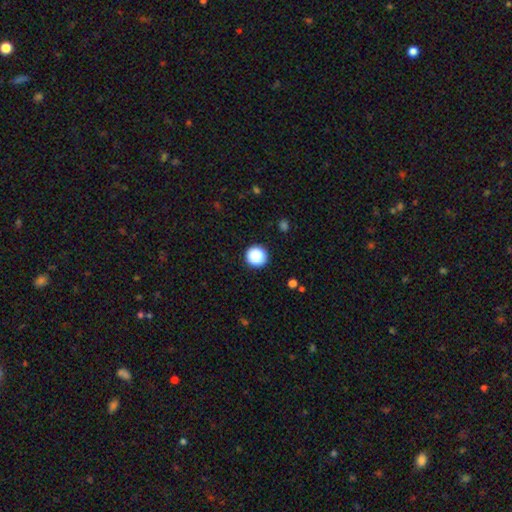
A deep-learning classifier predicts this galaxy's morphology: The model was most divided on "smooth or featured": smooth: 87%, star or artifact: 9%, featured or disk: 4%. More confident: how rounded — round (94%); merging — none (89%).